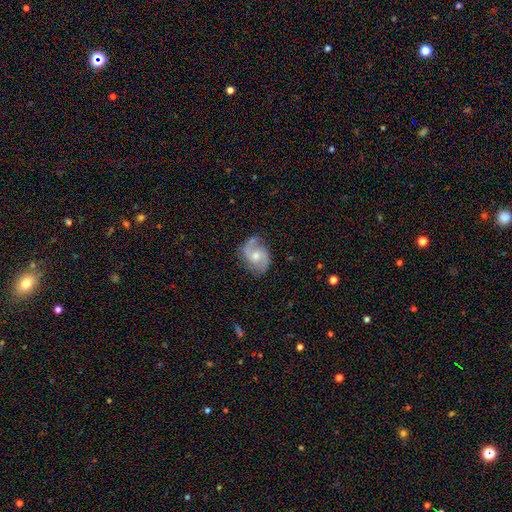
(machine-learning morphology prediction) This is clearly a featured or disk galaxy (81%). It is clearly not viewed edge-on (97%). Bar: possibly no (57%). Spiral arm pattern: clearly yes (95%). Spiral arm count: clearly 2 (88%). Spiral winding: possibly medium (48%). Central bulge: likely moderate (61%). Merging: likely none (74%).